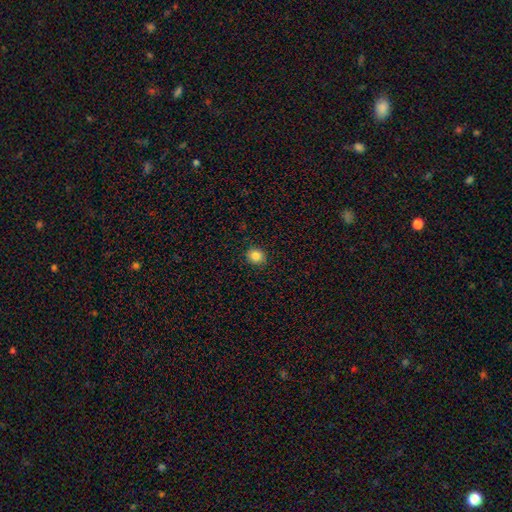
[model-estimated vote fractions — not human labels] Smooth or featured? smooth (84%)
How rounded? round (85%)
Merging? none (90%)